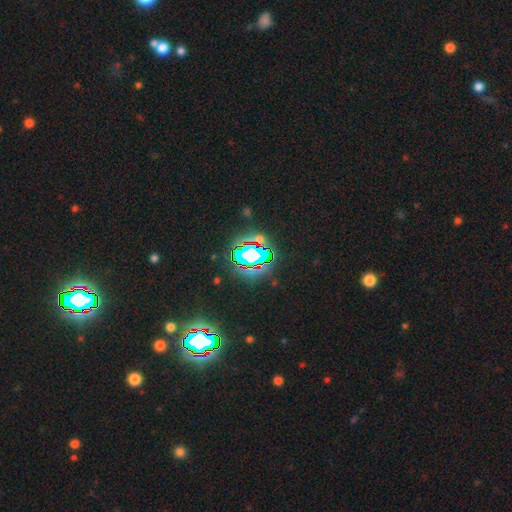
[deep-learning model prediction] Smooth or featured? Predicted: star or artifact (p=0.80).